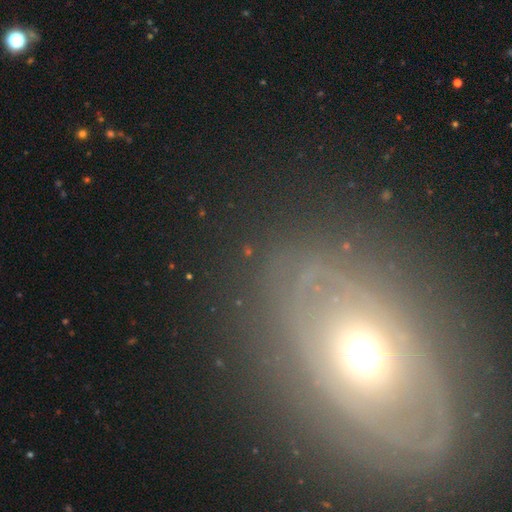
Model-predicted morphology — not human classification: Q: Smooth or featured?
A: featured or disk (44%); runner-up: smooth (29%)
Q: Merging?
A: none (76%); runner-up: minor disturbance (12%)